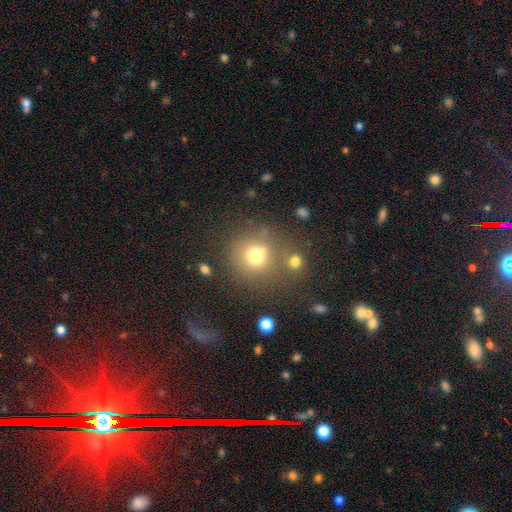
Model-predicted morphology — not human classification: A smooth galaxy with no disk features (72%) that is round (89%). Merging: none (66%).